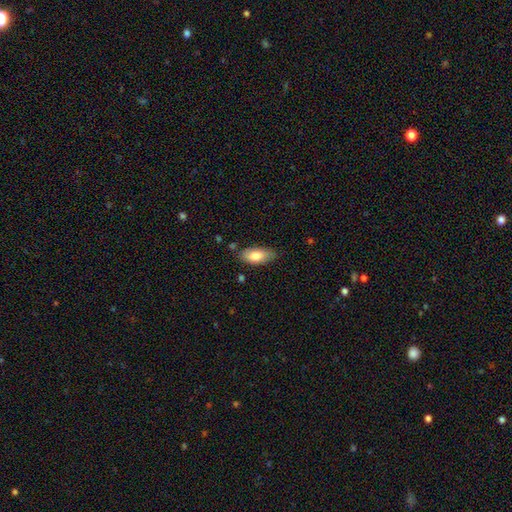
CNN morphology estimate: smooth-or-featured: smooth: 78% | featured or disk: 15% | star or artifact: 6%
  how-rounded: in between: 87% | cigar-shaped: 10% | round: 2%
  merging: none: 75% | minor disturbance: 19% | major disturbance: 3% | merger: 3%